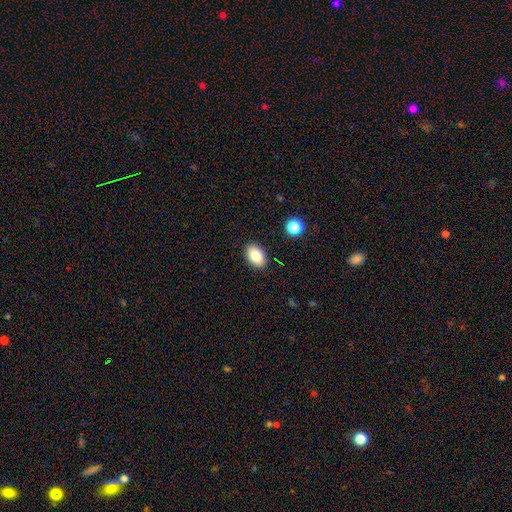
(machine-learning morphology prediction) This is clearly a smooth galaxy (83%). How rounded: clearly in between (88%). Merging: clearly none (88%).